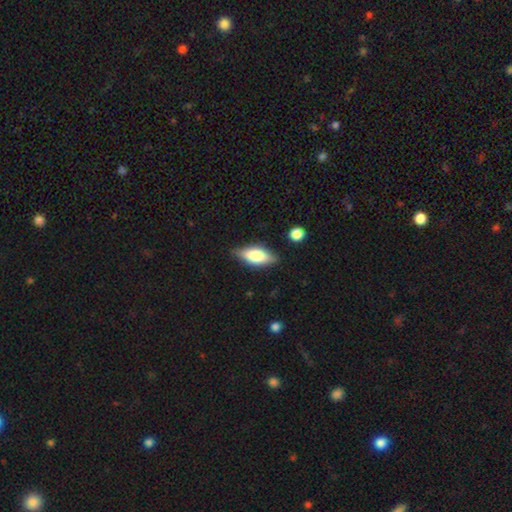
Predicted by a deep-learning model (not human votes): A smooth galaxy with no disk features (64%) that is in between round and cigar-shaped (74%). Merging: none (81%).